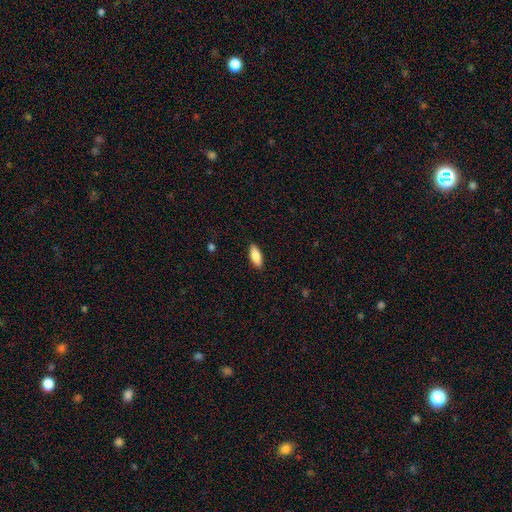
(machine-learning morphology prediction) A smooth galaxy with no disk features (86%) that is in between round and cigar-shaped (80%). Merging: none (88%).